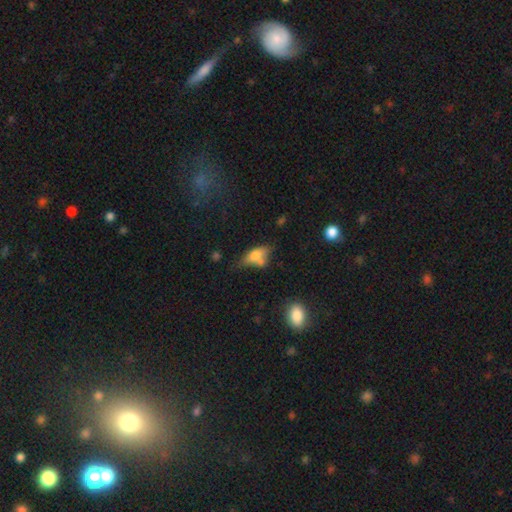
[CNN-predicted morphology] This appears to be a smooth galaxy with no disk features (64%) that is in between round and cigar-shaped (81%). Merging: none (35%).